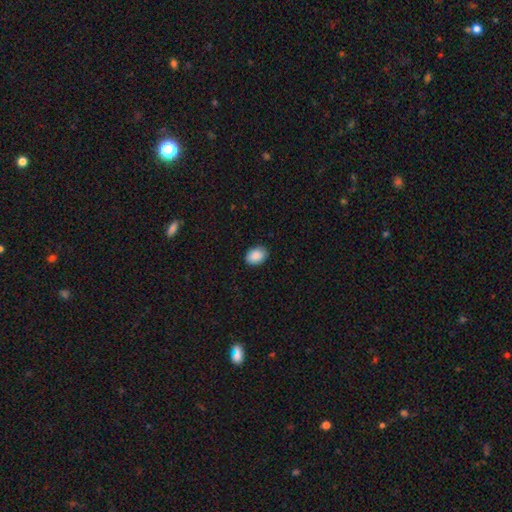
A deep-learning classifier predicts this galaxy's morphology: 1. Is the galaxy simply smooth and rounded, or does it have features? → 89% smooth, 7% star or artifact, 4% featured or disk.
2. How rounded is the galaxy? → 78% in between, 21% round, 1% cigar-shaped.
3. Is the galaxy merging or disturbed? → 88% none, 9% minor disturbance, 2% major disturbance, 1% merger.